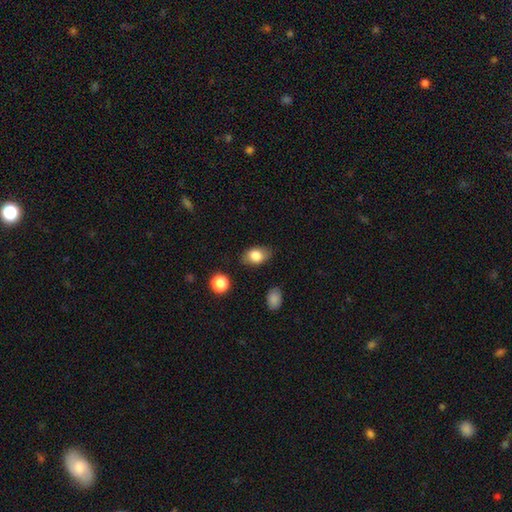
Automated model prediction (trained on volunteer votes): Smooth or featured? smooth (81%)
How rounded? in between (83%)
Merging? none (82%)